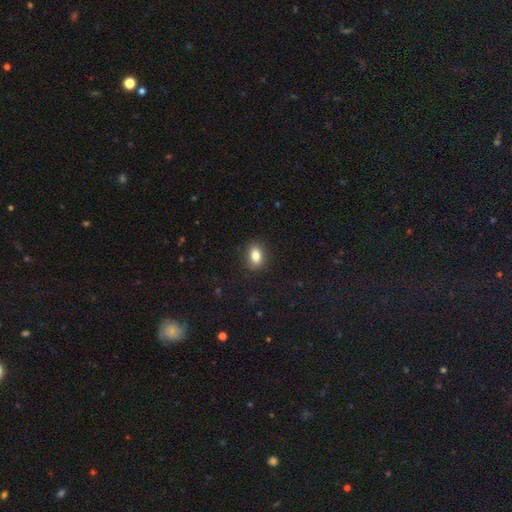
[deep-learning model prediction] Smooth or featured: smooth — 83% (star or artifact — 9%)
How rounded: in between — 79% (round — 18%)
Merging: none — 87% (minor disturbance — 10%)